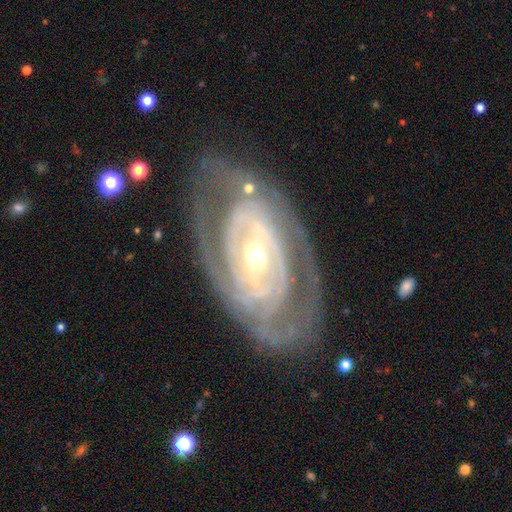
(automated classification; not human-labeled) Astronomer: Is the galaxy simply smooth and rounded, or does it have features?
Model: featured or disk — 87%.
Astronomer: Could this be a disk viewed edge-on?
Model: no — 94%.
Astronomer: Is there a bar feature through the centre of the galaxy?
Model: no — 38% (runner-up: weak, 34%).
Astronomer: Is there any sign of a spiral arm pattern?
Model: yes — 87%.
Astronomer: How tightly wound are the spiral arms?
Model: tight — 72%.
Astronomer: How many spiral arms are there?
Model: can't tell — 37% (runner-up: 2, 34%).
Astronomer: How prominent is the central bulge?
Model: small — 48% (runner-up: moderate, 47%).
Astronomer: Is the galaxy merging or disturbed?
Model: none — 71%.